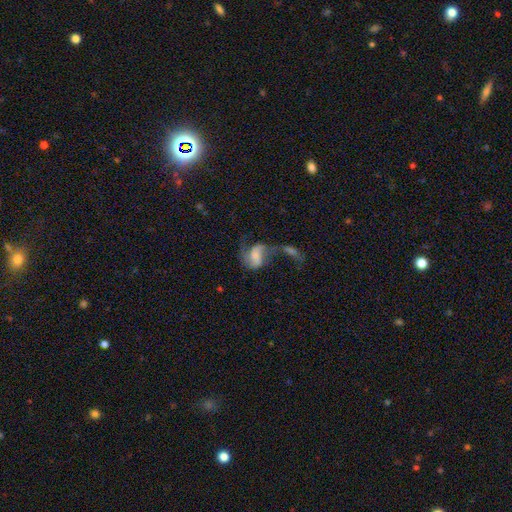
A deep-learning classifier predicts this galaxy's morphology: Smooth or featured? featured or disk (55%)
Edge-on disk? no (97%)
Bar? no (53%)
Spiral arms? yes (73%)
Bulge size? none (37%)
Merging? major disturbance (37%)